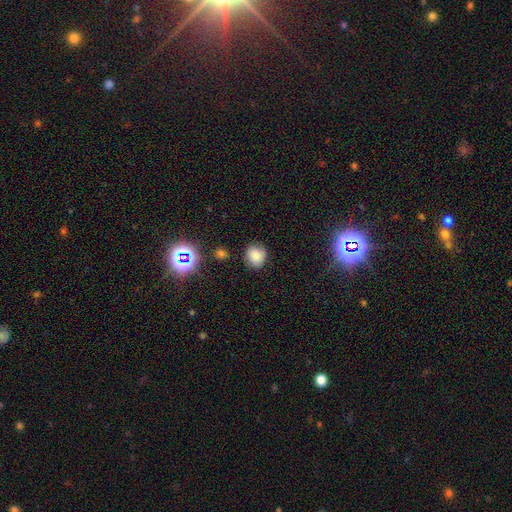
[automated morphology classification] Q: Smooth or featured?
A: smooth (78%); runner-up: star or artifact (14%)
Q: How rounded?
A: round (82%); runner-up: in between (17%)
Q: Merging?
A: none (82%); runner-up: minor disturbance (12%)